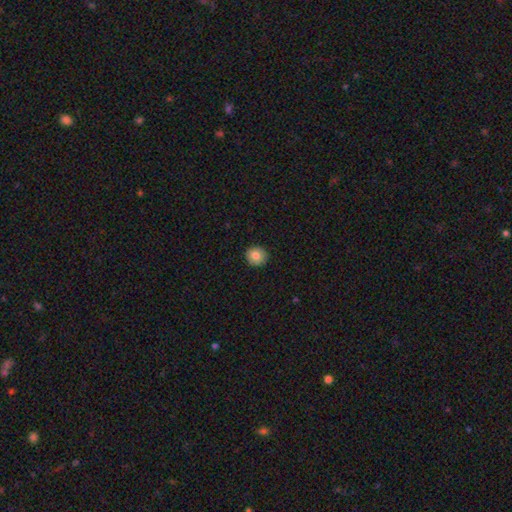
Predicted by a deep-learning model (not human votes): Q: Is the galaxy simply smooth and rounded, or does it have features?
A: smooth — 81%.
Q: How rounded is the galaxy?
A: round — 87%.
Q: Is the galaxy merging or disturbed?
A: none — 90%.